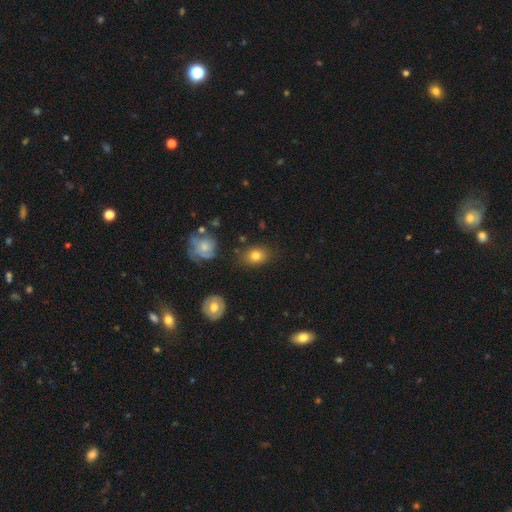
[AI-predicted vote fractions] smooth 77%, featured or disk 12%, star or artifact 11%. Down the decision tree: how rounded — in between (58%); merging — none (78%).